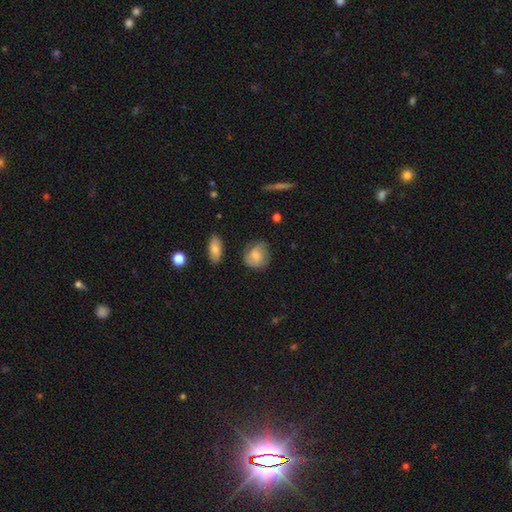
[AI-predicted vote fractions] Smooth or featured? Predicted: smooth (p=0.54). How rounded? Predicted: round (p=0.67). Merging? Predicted: none (p=0.66).